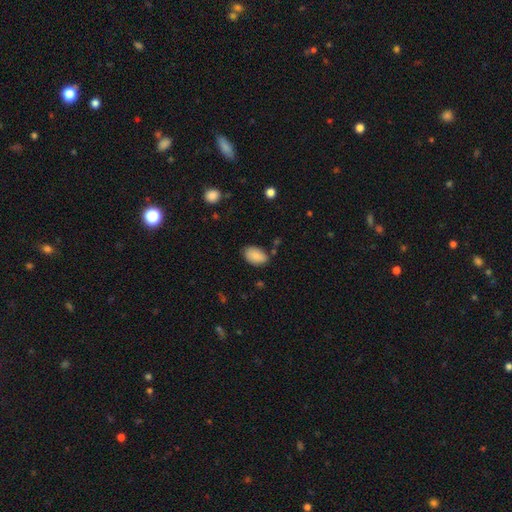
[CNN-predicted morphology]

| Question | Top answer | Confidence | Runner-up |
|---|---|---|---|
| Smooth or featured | smooth | 86% | star or artifact (7%) |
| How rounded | in between | 91% | round (7%) |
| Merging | none | 76% | minor disturbance (18%) |